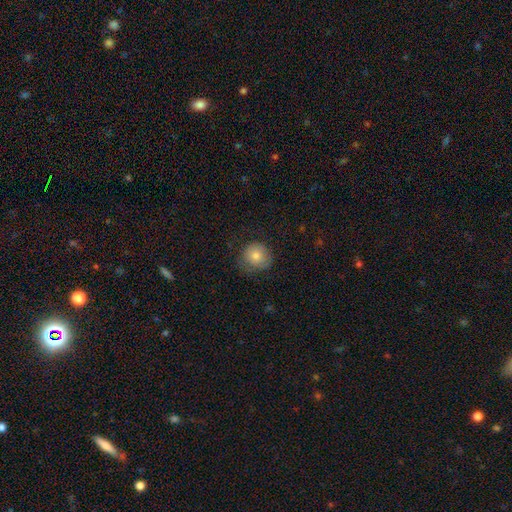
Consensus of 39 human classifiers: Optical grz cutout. It shows a smooth galaxy with no disk features (72%) that is round (93%). Merging: none (65%).